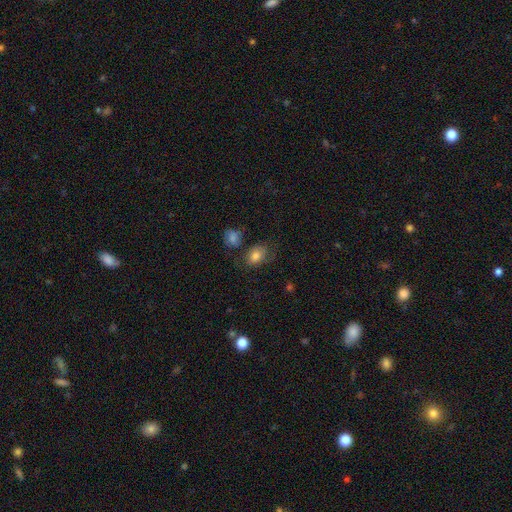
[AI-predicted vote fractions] Smooth or featured? smooth (78%)
How rounded? in between (72%)
Merging? none (55%)